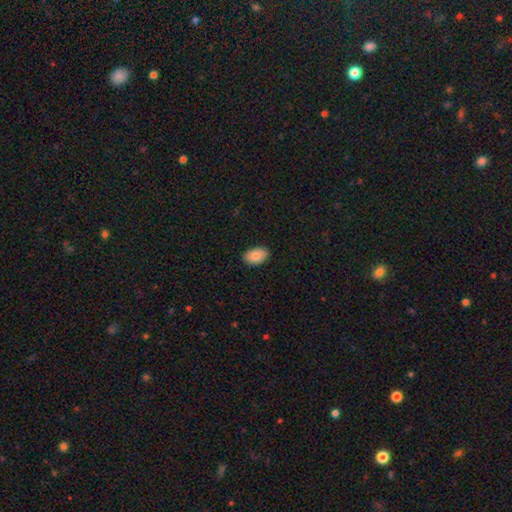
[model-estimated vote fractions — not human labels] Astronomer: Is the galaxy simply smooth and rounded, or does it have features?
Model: smooth — 87%.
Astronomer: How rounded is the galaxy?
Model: in between — 91%.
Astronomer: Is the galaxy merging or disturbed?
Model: none — 88%.